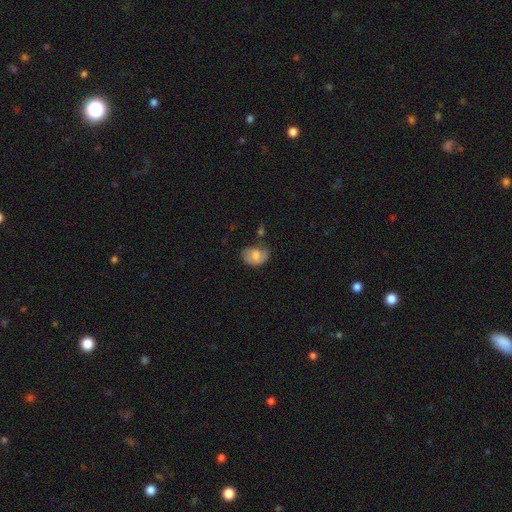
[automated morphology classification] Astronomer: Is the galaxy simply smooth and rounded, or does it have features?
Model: smooth — 69%.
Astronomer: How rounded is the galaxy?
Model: in between — 61% (runner-up: round, 38%).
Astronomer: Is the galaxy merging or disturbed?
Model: none — 52% (runner-up: minor disturbance, 30%).